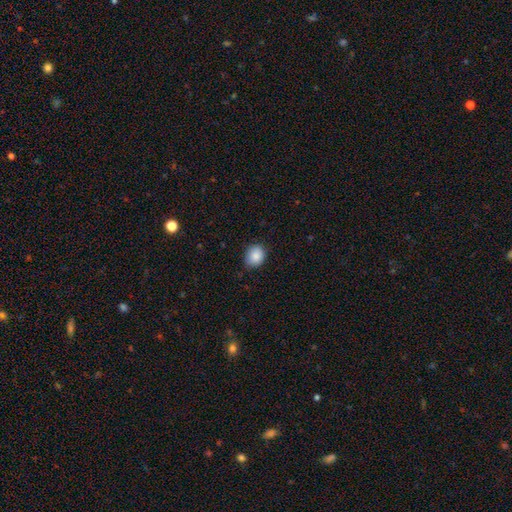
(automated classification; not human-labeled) Q: Smooth or featured?
A: smooth (88%); runner-up: star or artifact (8%)
Q: How rounded?
A: round (56%); runner-up: in between (43%)
Q: Merging?
A: none (80%); runner-up: minor disturbance (17%)